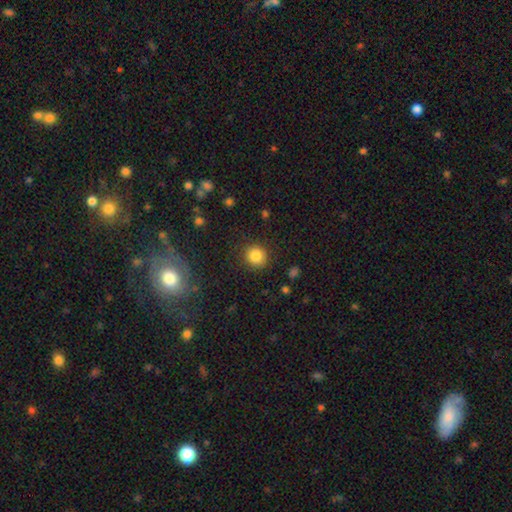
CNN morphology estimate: This is clearly a smooth galaxy (84%). How rounded: clearly round (89%). Merging: clearly none (88%).